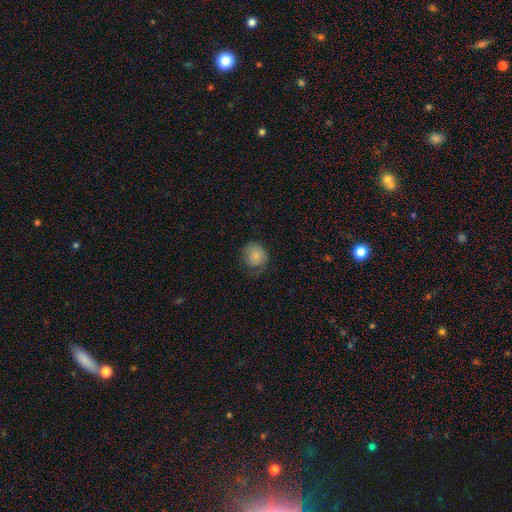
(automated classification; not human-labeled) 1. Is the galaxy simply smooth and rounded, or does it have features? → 80% smooth, 12% featured or disk, 8% star or artifact.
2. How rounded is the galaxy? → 80% round, 19% in between, 1% cigar-shaped.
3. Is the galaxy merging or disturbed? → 57% none, 28% minor disturbance, 14% major disturbance, 1% merger.